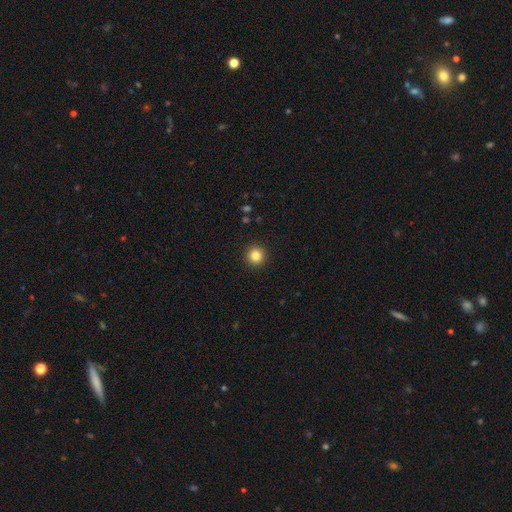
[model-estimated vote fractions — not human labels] smooth 84%, star or artifact 11%, featured or disk 5%. Down the decision tree: how rounded — round (96%); merging — none (93%).